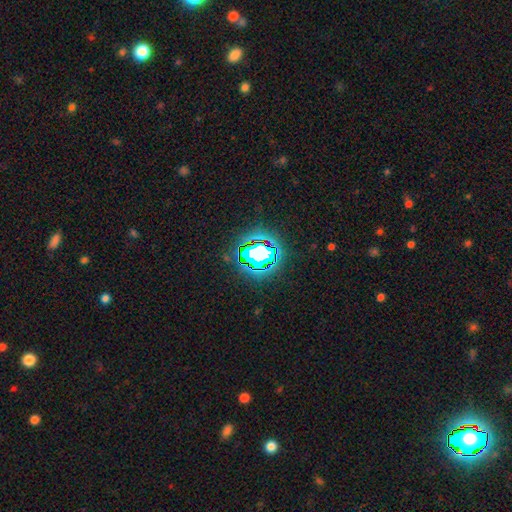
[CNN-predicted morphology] Smooth or featured? Predicted: star or artifact (p=0.68).